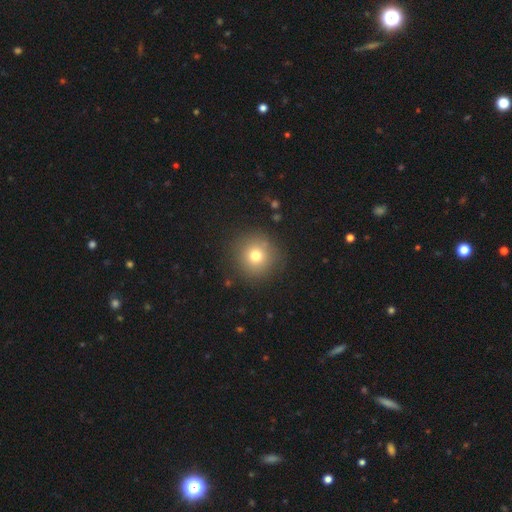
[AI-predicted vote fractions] A smooth galaxy with no disk features (74%) that is round (94%).

Vote fractions:
- Smooth or featured? smooth: 74% / star or artifact: 14% / featured or disk: 11%
- How rounded? round: 94% / in between: 5% / cigar-shaped: 1%
- Merging? none: 88% / minor disturbance: 8% / major disturbance: 3% / merger: 1%